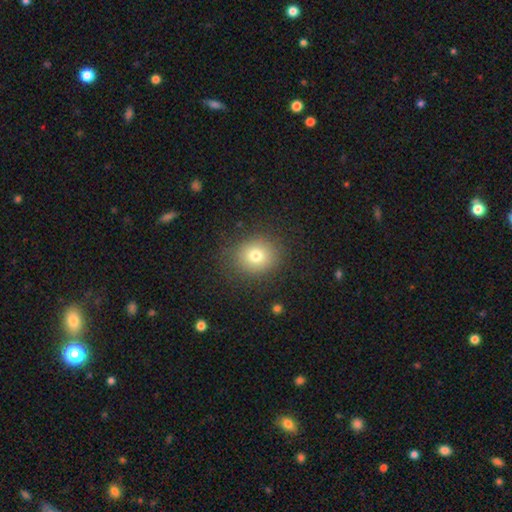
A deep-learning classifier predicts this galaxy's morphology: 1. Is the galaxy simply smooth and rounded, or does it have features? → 76% smooth, 13% star or artifact, 11% featured or disk.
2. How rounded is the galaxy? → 76% round, 23% in between, 1% cigar-shaped.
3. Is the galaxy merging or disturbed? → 85% none, 10% minor disturbance, 4% major disturbance, 1% merger.